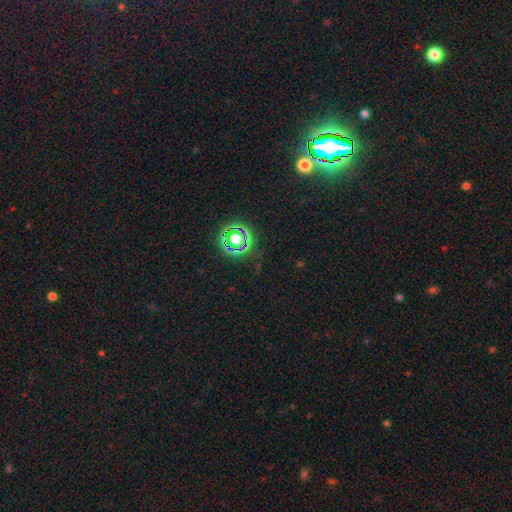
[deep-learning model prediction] The model was most divided on "smooth or featured": star or artifact: 80%, smooth: 13%, featured or disk: 7%.